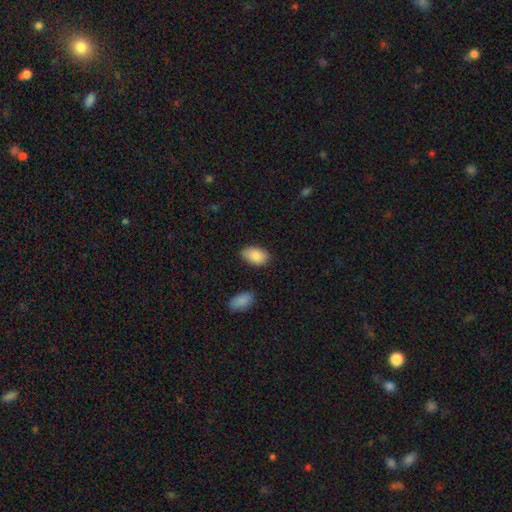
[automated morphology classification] A smooth galaxy with no disk features (89%) that is in between round and cigar-shaped (93%). Merging: none (82%).